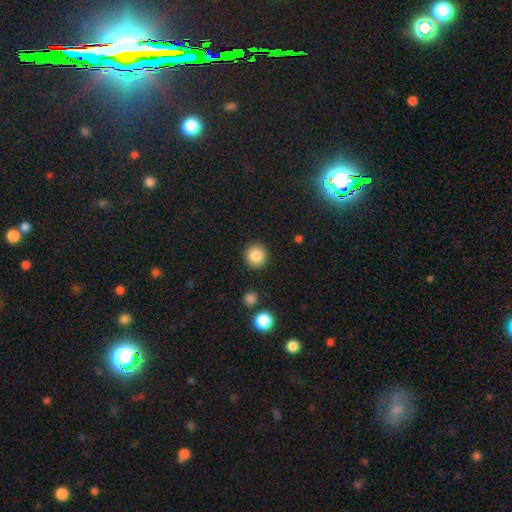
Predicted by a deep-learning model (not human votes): This appears to be a smooth galaxy with no disk features (86%) that is round (94%). Merging: none (91%).